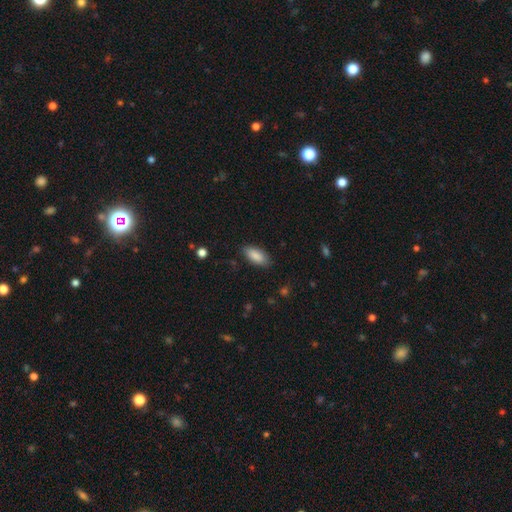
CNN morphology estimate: Overall: smooth (88%). How rounded: in between (88%). Merging: none (84%).